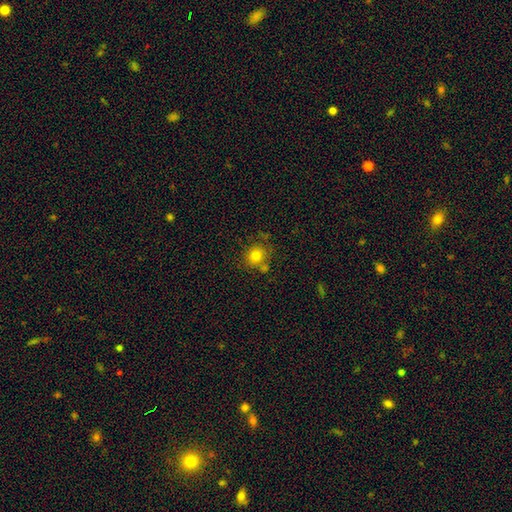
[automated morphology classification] smooth-or-featured: smooth: 79% | star or artifact: 13% | featured or disk: 9%
  how-rounded: round: 85% | in between: 14% | cigar-shaped: 1%
  merging: none: 71% | merger: 13% | minor disturbance: 12% | major disturbance: 4%